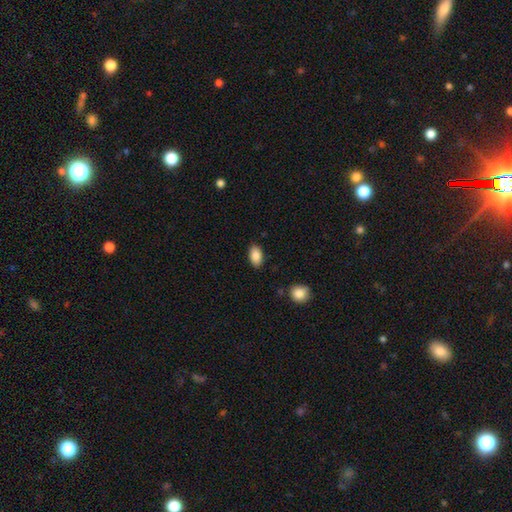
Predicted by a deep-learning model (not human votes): smooth_or_featured: smooth (p=0.88) [alt: star or artifact p=0.07]
how_rounded: in between (p=0.92) [alt: round p=0.06]
merging: none (p=0.86) [alt: minor disturbance p=0.10]